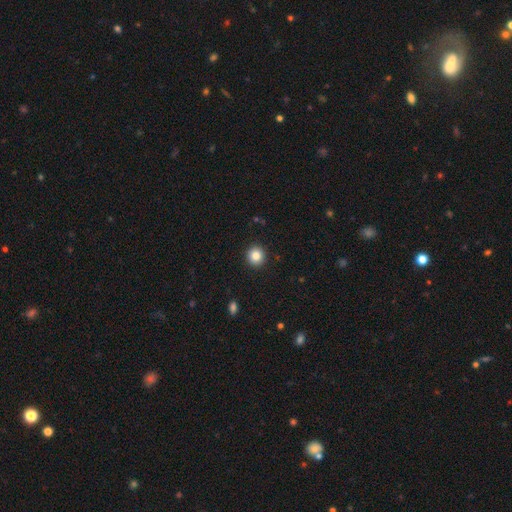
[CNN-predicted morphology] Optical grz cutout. It shows a smooth galaxy with no disk features (84%) that is round (93%). Merging: none (93%).